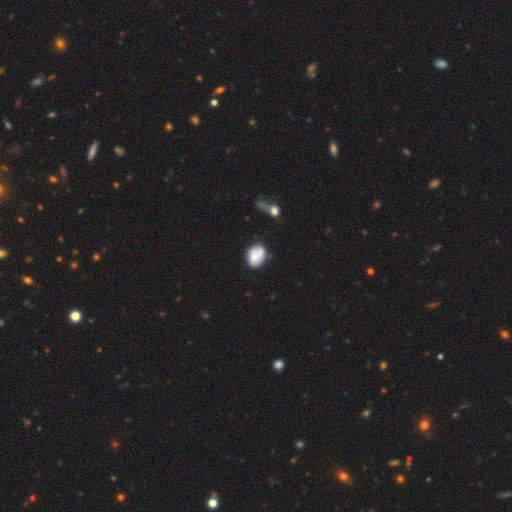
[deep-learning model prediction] A smooth galaxy with no disk features (64%) that is in between round and cigar-shaped (67%). Merging: none (41%).